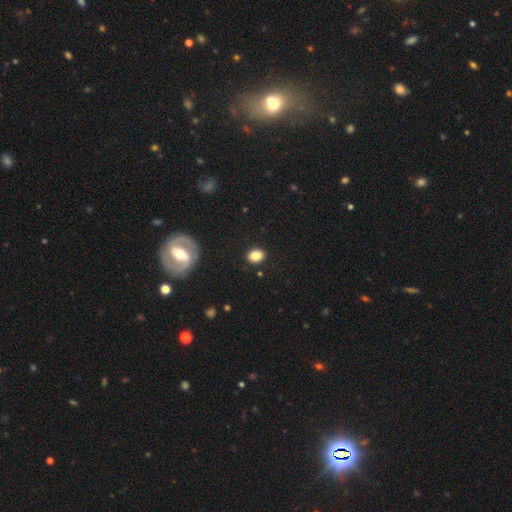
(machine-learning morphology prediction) This is clearly a smooth galaxy (84%). How rounded: possibly in between (57%). Merging: clearly none (88%).